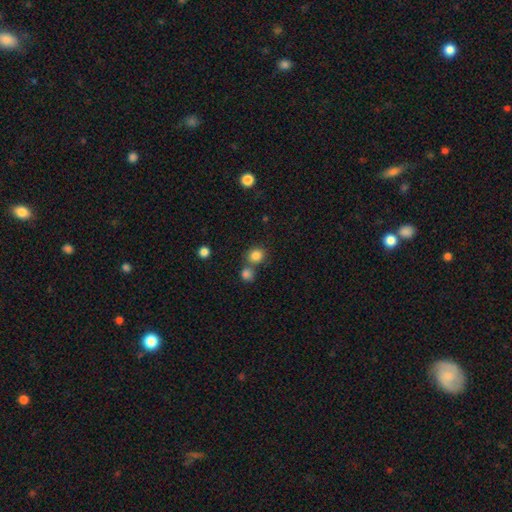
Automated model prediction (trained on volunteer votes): Smooth or featured: smooth — 83% (star or artifact — 12%)
How rounded: round — 82% (in between — 17%)
Merging: none — 64% (merger — 25%)